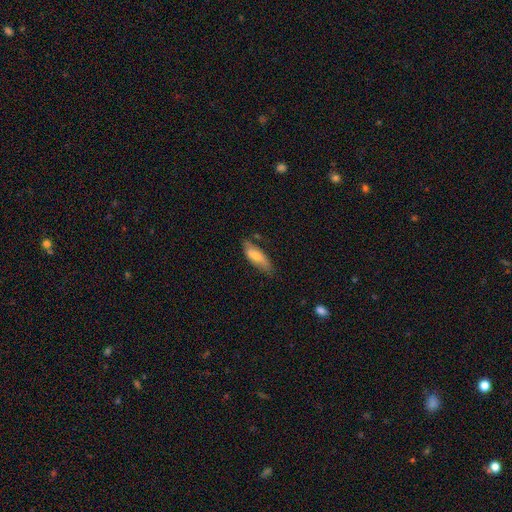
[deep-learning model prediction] A smooth galaxy with no disk features (70%) that is in between round and cigar-shaped (66%). Merging: none (64%).